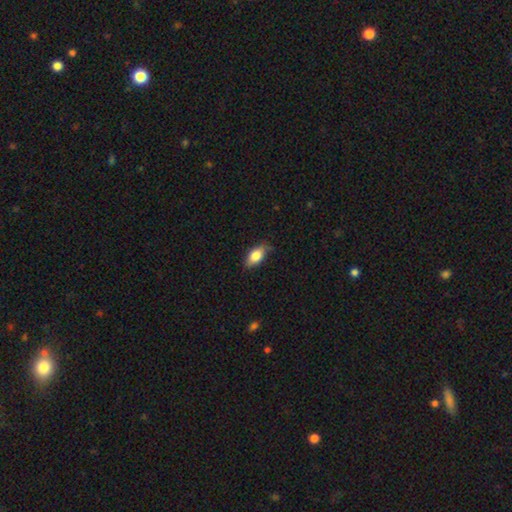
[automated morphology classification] smooth-or-featured: smooth: 80% | featured or disk: 13% | star or artifact: 7%
  how-rounded: in between: 88% | cigar-shaped: 6% | round: 5%
  merging: none: 71% | minor disturbance: 24% | major disturbance: 4% | merger: 1%